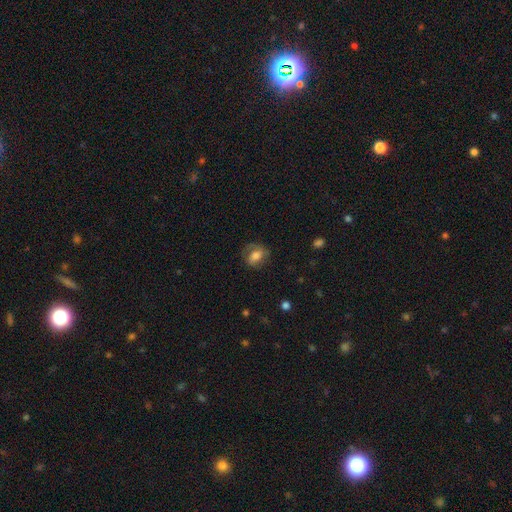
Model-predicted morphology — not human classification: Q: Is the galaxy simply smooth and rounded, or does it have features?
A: smooth — 54%.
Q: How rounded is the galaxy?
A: in between — 52%.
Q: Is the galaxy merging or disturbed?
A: none — 64%.